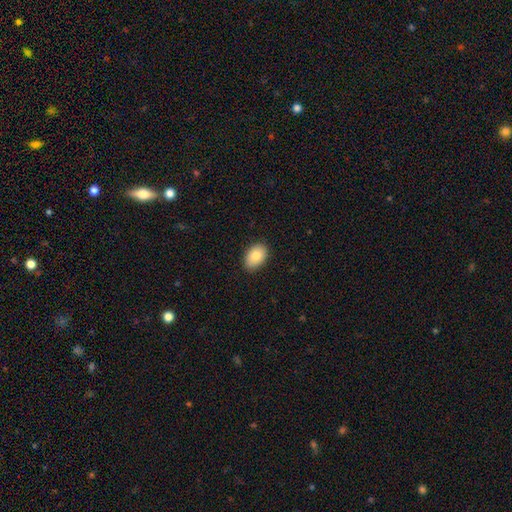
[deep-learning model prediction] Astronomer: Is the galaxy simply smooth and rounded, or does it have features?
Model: smooth — 83%.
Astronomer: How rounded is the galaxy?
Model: in between — 87%.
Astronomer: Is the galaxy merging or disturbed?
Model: none — 87%.